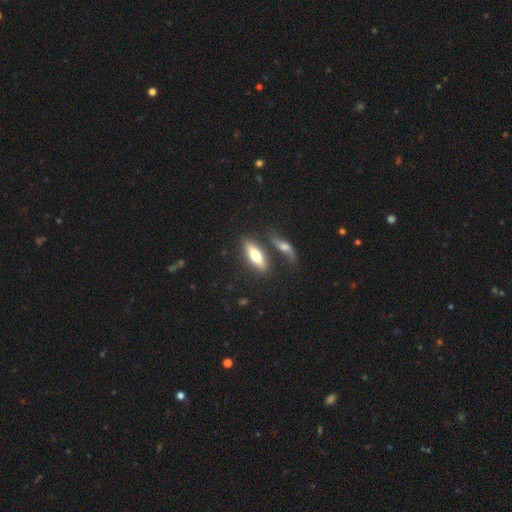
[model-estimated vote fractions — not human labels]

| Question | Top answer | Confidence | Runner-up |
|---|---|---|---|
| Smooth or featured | smooth | 56% | featured or disk (38%) |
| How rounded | in between | 54% | cigar-shaped (43%) |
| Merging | none | 64% | merger (20%) |